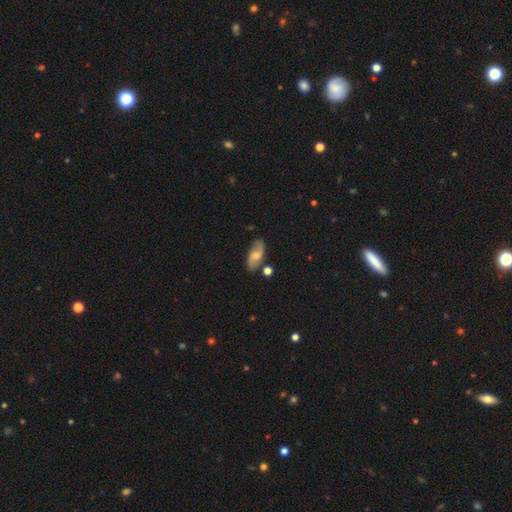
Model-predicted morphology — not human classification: Smooth or featured? Predicted: featured or disk (p=0.47). Merging? Predicted: none (p=0.77).